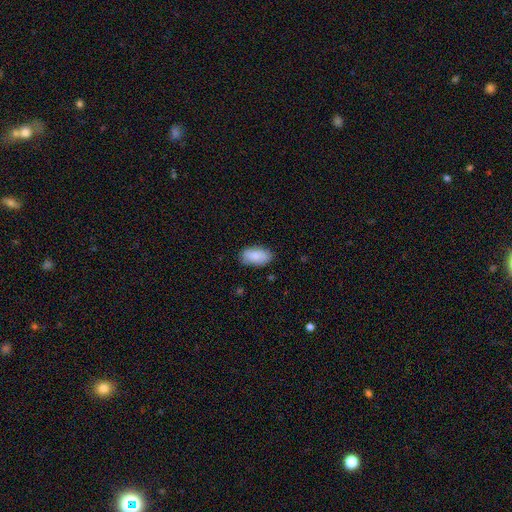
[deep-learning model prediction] Morphology: type=smooth (85%); roundness=in between (94%); merging=none (80%).